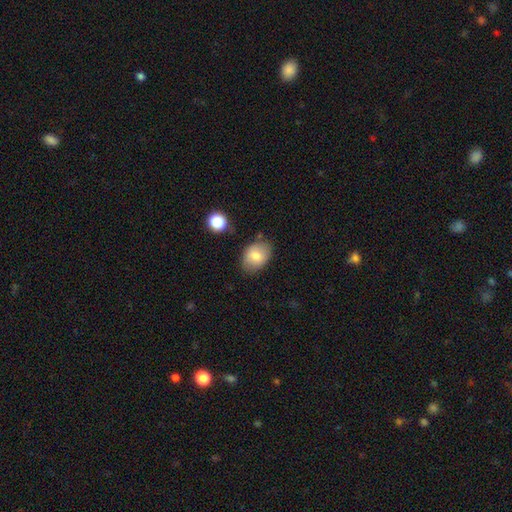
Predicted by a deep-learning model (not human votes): smooth-or-featured: smooth: 77% | featured or disk: 15% | star or artifact: 8%
  how-rounded: in between: 75% | round: 24% | cigar-shaped: 1%
  merging: none: 77% | minor disturbance: 16% | major disturbance: 4% | merger: 3%